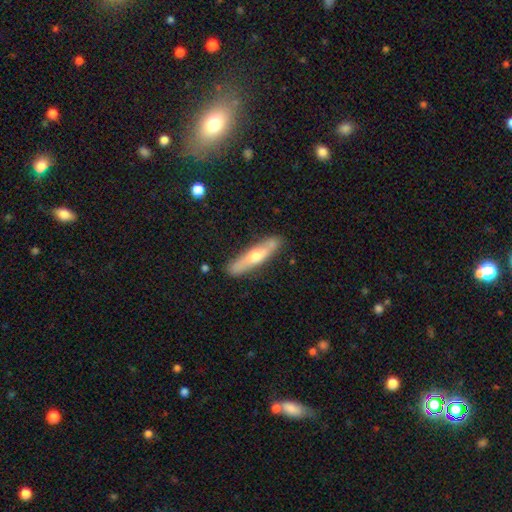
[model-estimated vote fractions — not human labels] Smooth or featured: smooth — 49% (featured or disk — 46%)
Merging: none — 83% (minor disturbance — 13%)